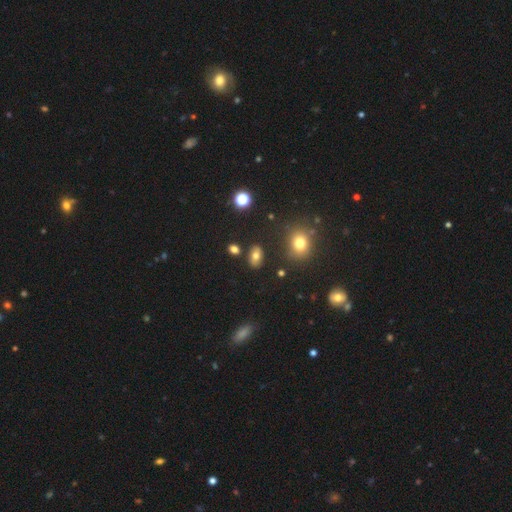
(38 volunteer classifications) smooth 74%, featured or disk 16%, star or artifact 11%. Down the decision tree: how rounded — in between (79%); merging — none (76%).